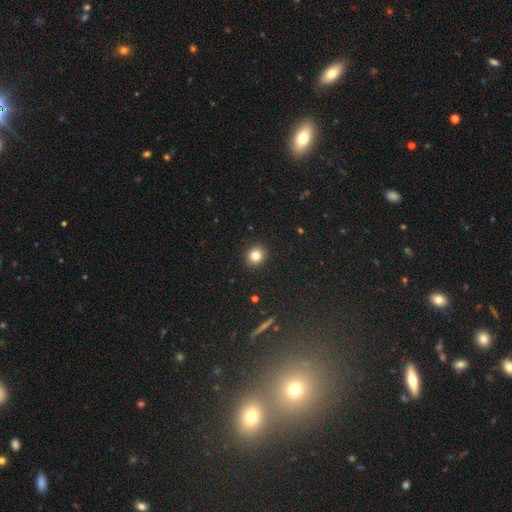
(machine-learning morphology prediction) A smooth galaxy with no disk features (81%) that is round (85%). Merging: none (92%).